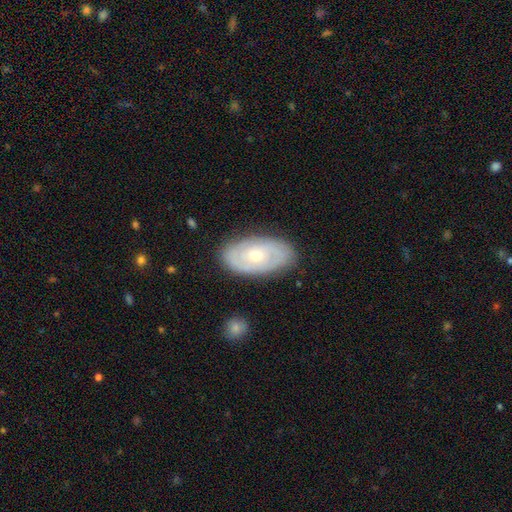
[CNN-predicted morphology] Smooth or featured? featured or disk (72%)
Edge-on disk? no (94%)
Bar? no (78%)
Spiral arms? yes (75%)
Spiral winding? tight (69%)
Spiral arm count? 2 (45%)
Bulge size? small (53%)
Merging? none (83%)